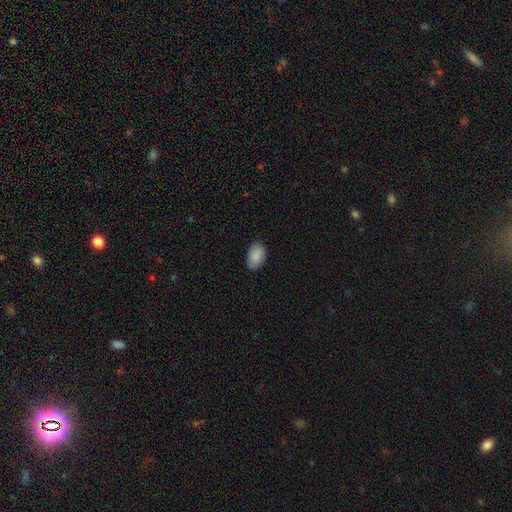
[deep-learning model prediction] Q: Smooth or featured?
A: smooth (89%); runner-up: star or artifact (7%)
Q: How rounded?
A: in between (90%); runner-up: round (8%)
Q: Merging?
A: none (86%); runner-up: minor disturbance (11%)